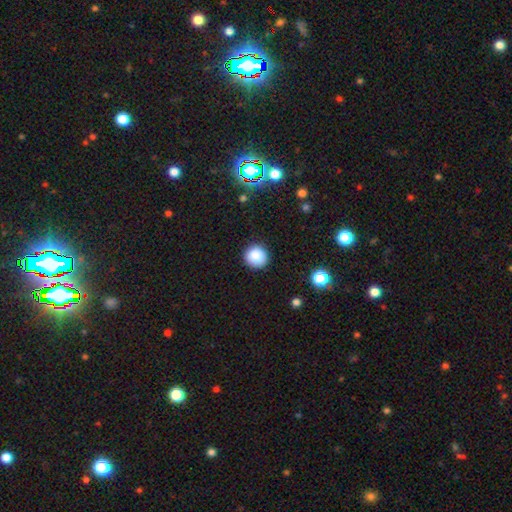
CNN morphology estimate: Overall: smooth (86%). How rounded: round (94%). Merging: none (90%).